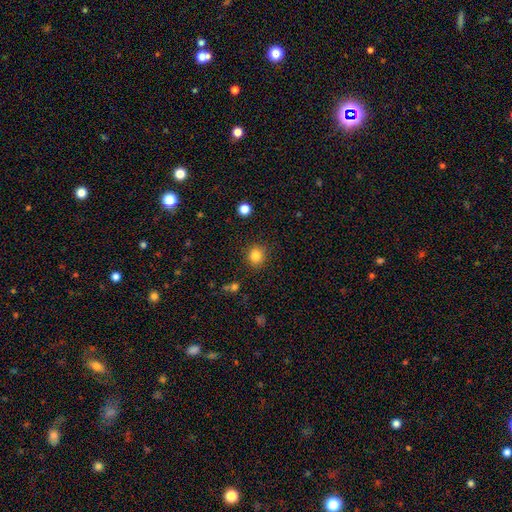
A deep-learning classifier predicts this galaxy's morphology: Smooth or featured? smooth (83%)
How rounded? round (85%)
Merging? none (88%)